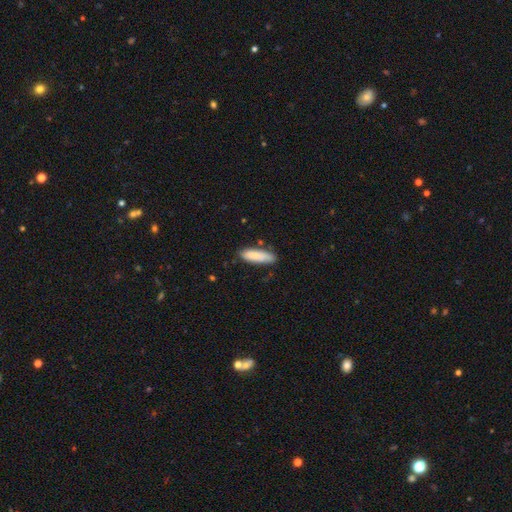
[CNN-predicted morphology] Q: Smooth or featured?
A: smooth (83%); runner-up: featured or disk (11%)
Q: How rounded?
A: in between (50%); runner-up: cigar-shaped (49%)
Q: Merging?
A: none (74%); runner-up: minor disturbance (20%)